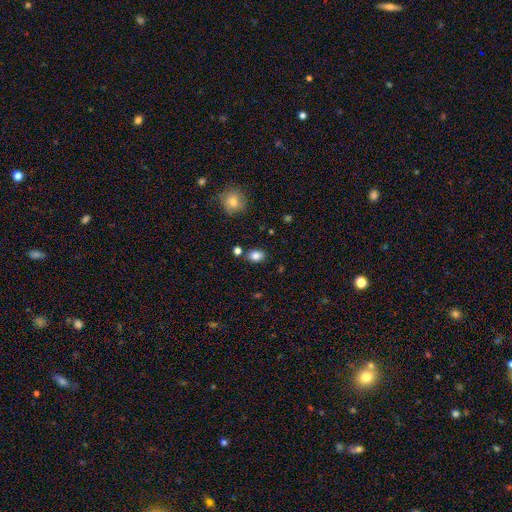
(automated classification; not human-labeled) Overall: smooth (84%). How rounded: in between (74%). Merging: none (80%).